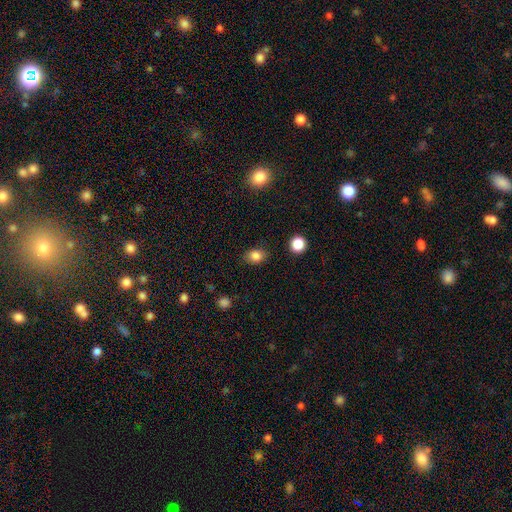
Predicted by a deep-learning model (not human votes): This appears to be a smooth galaxy with no disk features (84%) that is in between round and cigar-shaped (62%). Merging: none (83%).